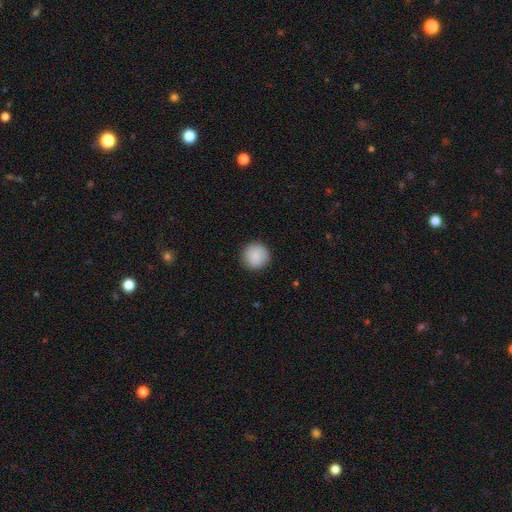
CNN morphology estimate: Smooth or featured? smooth (87%)
How rounded? round (95%)
Merging? none (90%)